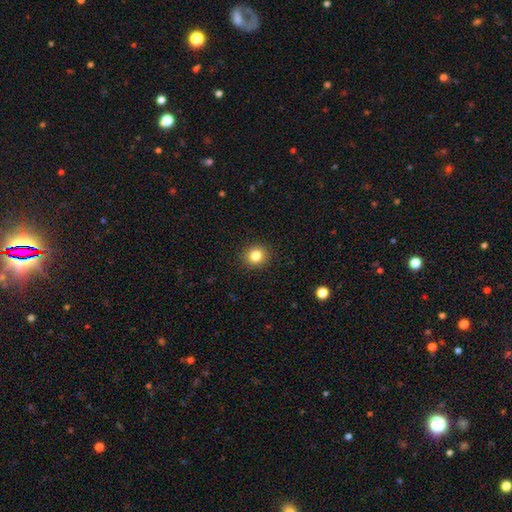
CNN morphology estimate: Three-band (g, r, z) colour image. It shows a smooth galaxy with no disk features (82%) that is round (86%). Merging: none (91%).